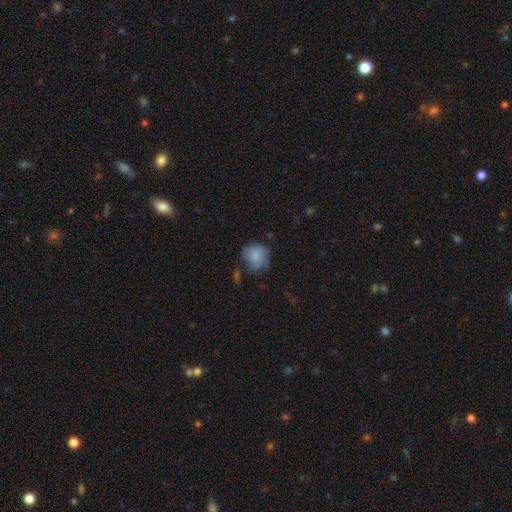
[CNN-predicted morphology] smooth 79%, featured or disk 12%, star or artifact 9%. Down the decision tree: how rounded — round (81%); merging — none (56%).